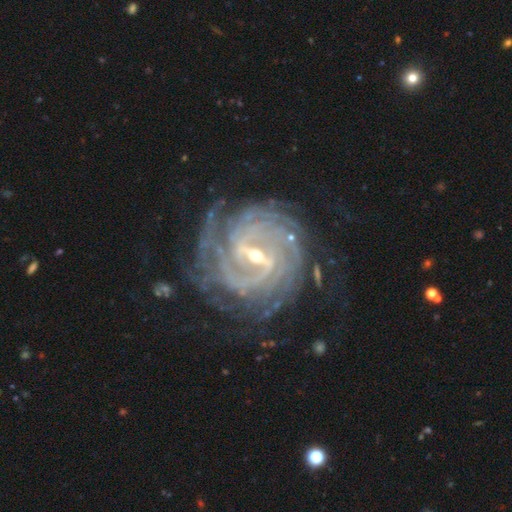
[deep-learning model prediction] A featured or disk galaxy (92%) with a strong bar (51%), 4 (23%, tied with can't tell) tight (79%) spiral arms (98%) and a small central bulge (60%).

Vote fractions:
- Smooth or featured? featured or disk: 92% / star or artifact: 5% / smooth: 3%
- Edge-on disk? no: 97% / yes: 3%
- Bar? strong: 51% / weak: 40% / no: 9%
- Spiral arms? yes: 98% / no: 2%
- Spiral winding? tight: 79% / medium: 18% / loose: 3%
- Spiral arm count? 4: 23% (tied) / can't tell: 23% (tied) / more than 4: 20% / 3: 14% / 2: 13% / 1: 7%
- Bulge size? small: 60% / moderate: 37% / large: 2% / none: 1% / dominant: 1%
- Merging? none: 75% / minor disturbance: 15% / major disturbance: 8% / merger: 2%